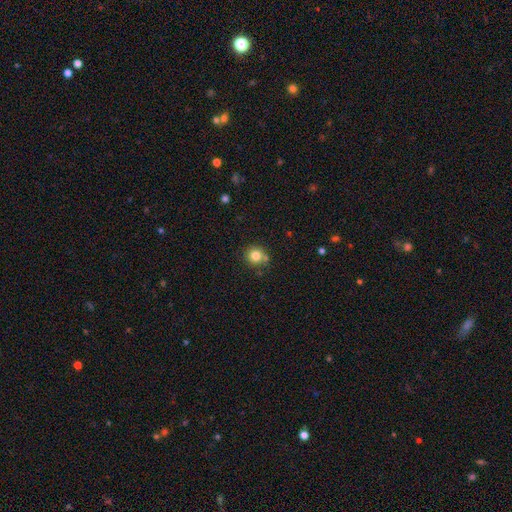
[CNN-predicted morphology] The model was most divided on "merging": none: 73%, minor disturbance: 12%, merger: 12%, major disturbance: 3%. More confident: how rounded — round (91%); smooth or featured — smooth (82%).